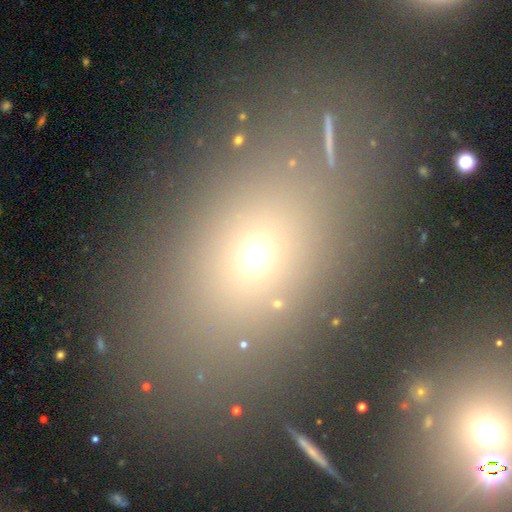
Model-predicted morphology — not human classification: smooth-or-featured: smooth: 65% | star or artifact: 23% | featured or disk: 12%
  how-rounded: in between: 63% | round: 33% | cigar-shaped: 4%
  merging: none: 72% | minor disturbance: 11% | merger: 11% | major disturbance: 6%